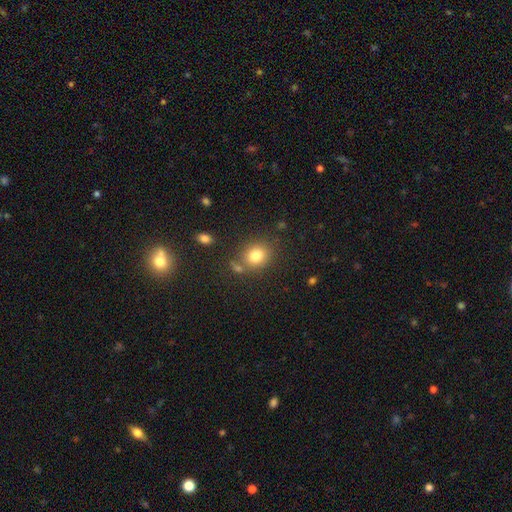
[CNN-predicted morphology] This is clearly a smooth galaxy (80%). How rounded: likely round (64%). Merging: likely none (71%).